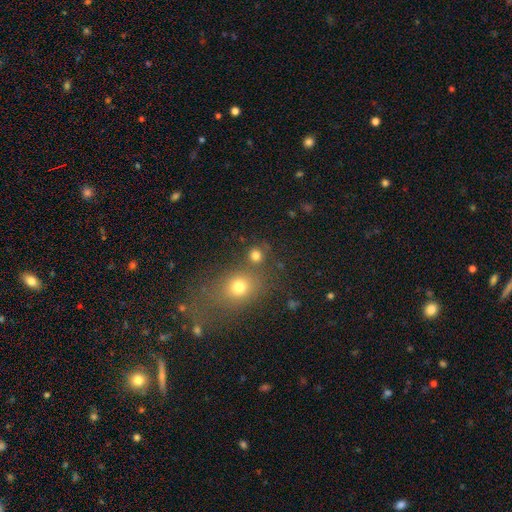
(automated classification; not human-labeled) This is likely a smooth galaxy (77%). How rounded: clearly round (86%). Merging: likely none (71%).